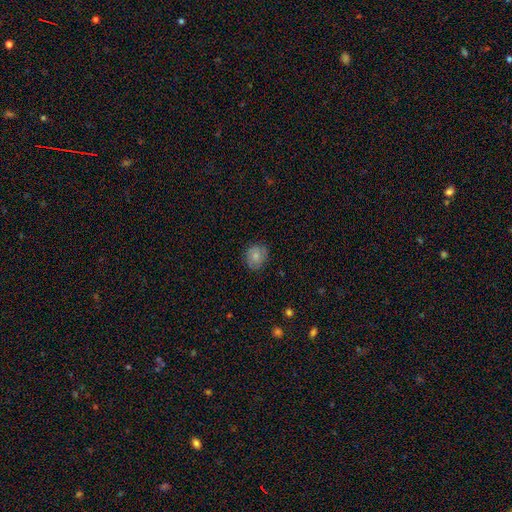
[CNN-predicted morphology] This appears to be a smooth galaxy with no disk features (62%) that is round (66%). Merging: none (79%).